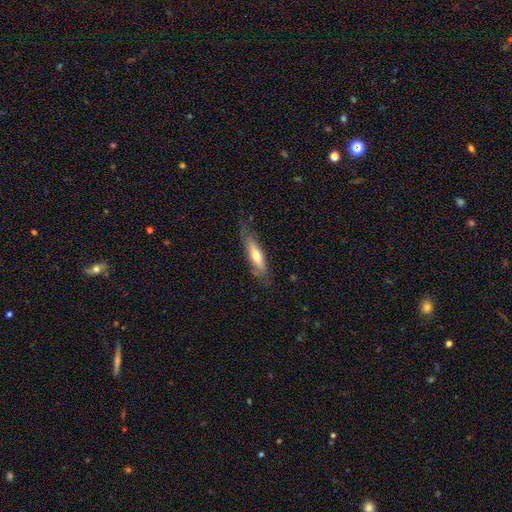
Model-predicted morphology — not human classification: smooth_or_featured: smooth (p=0.53) [alt: featured or disk p=0.41]
how_rounded: cigar-shaped (p=0.62) [alt: in between p=0.36]
merging: none (p=0.65) [alt: minor disturbance p=0.24]